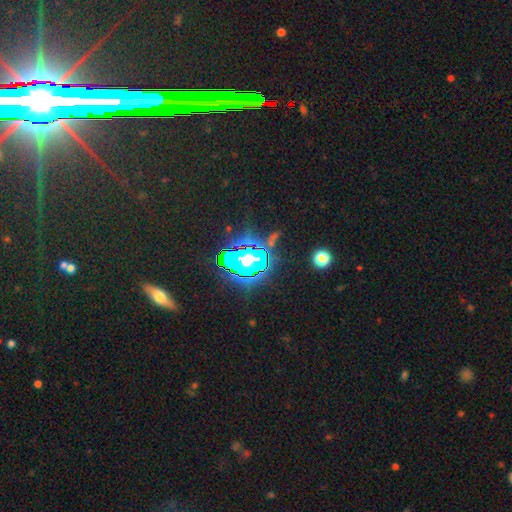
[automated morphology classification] Q: Smooth or featured?
A: star or artifact (78%); runner-up: smooth (11%)